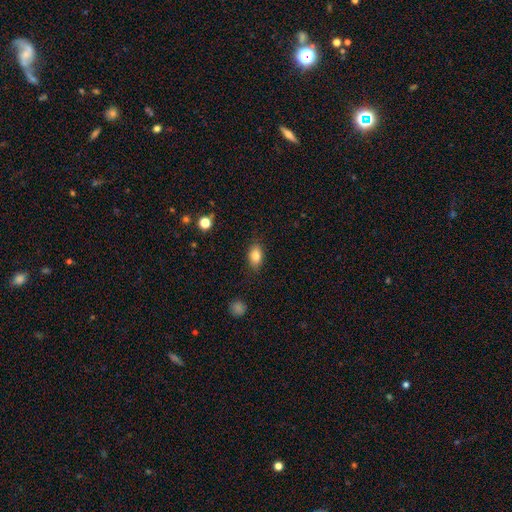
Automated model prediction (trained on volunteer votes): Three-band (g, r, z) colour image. It shows a smooth galaxy with no disk features (83%) that is in between round and cigar-shaped (85%). Merging: none (84%).